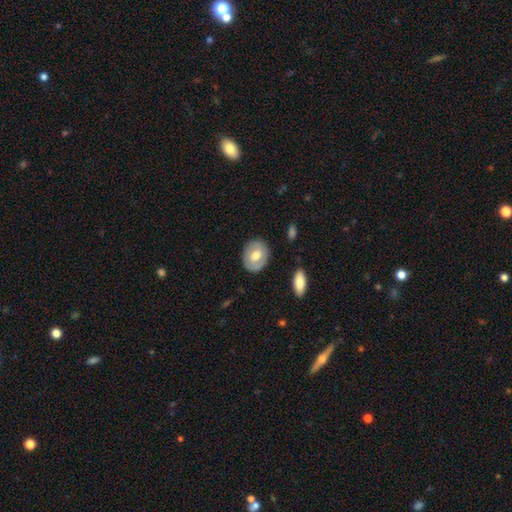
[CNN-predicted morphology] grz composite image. It shows a smooth galaxy with no disk features (59%) that is in between round and cigar-shaped (51%). Merging: none (84%).